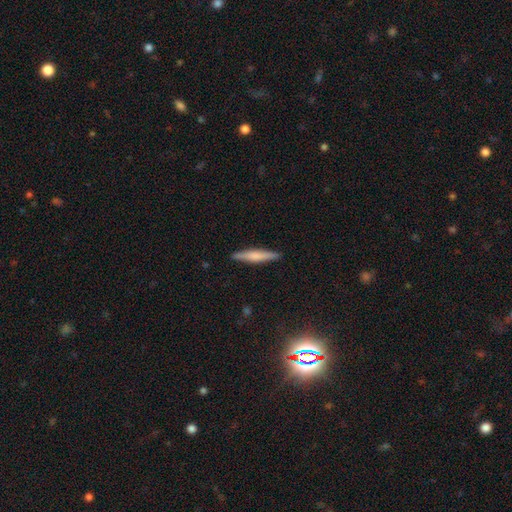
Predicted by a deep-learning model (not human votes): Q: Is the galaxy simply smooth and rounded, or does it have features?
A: smooth — 54%.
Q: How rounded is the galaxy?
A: cigar-shaped — 91%.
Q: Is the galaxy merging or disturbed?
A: none — 90%.